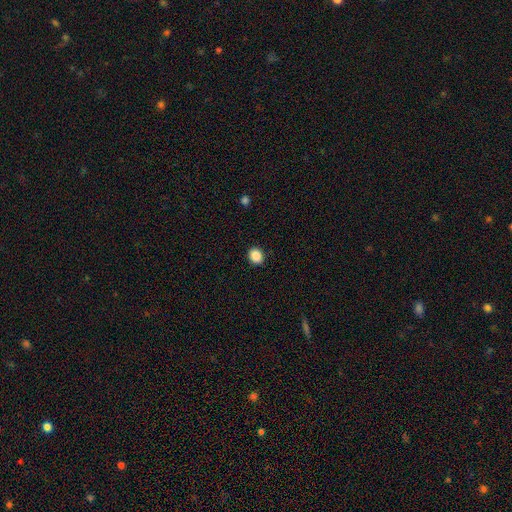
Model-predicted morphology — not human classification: Smooth or featured: smooth — 88% (star or artifact — 9%)
How rounded: round — 66% (in between — 33%)
Merging: none — 91% (minor disturbance — 6%)